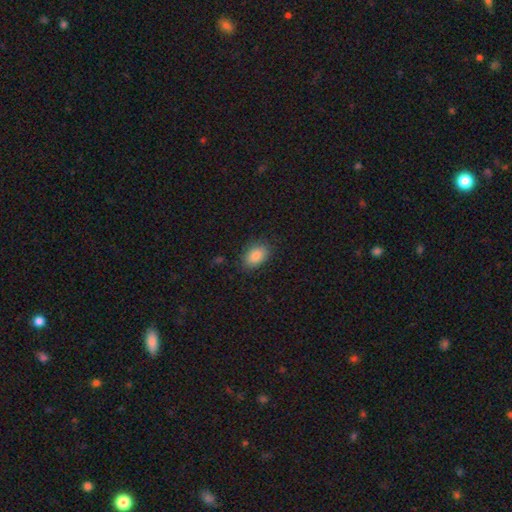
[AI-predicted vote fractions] A smooth galaxy with no disk features (86%) that is in between round and cigar-shaped (85%).

Vote fractions:
- Smooth or featured? smooth: 86% / star or artifact: 8% / featured or disk: 6%
- How rounded? in between: 85% / round: 13% / cigar-shaped: 1%
- Merging? none: 84% / minor disturbance: 11% / major disturbance: 3% / merger: 1%